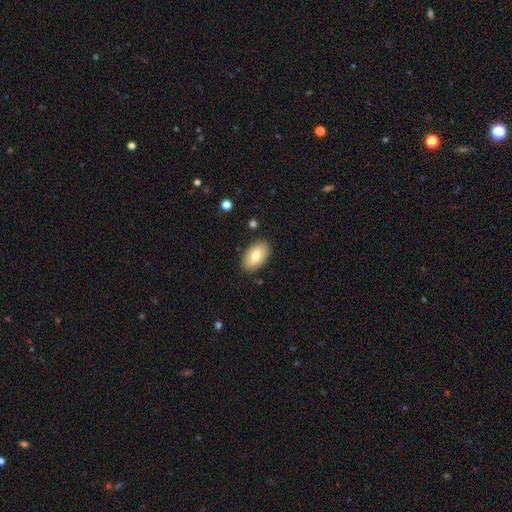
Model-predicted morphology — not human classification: smooth_or_featured: smooth (p=0.76) [alt: featured or disk p=0.18]
how_rounded: in between (p=0.94) [alt: round p=0.05]
merging: none (p=0.86) [alt: minor disturbance p=0.10]